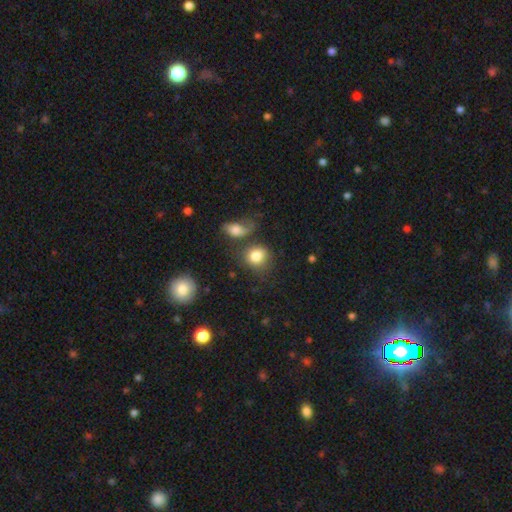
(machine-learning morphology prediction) Smooth or featured? Predicted: smooth (p=0.81). How rounded? Predicted: round (p=0.75). Merging? Predicted: none (p=0.53).